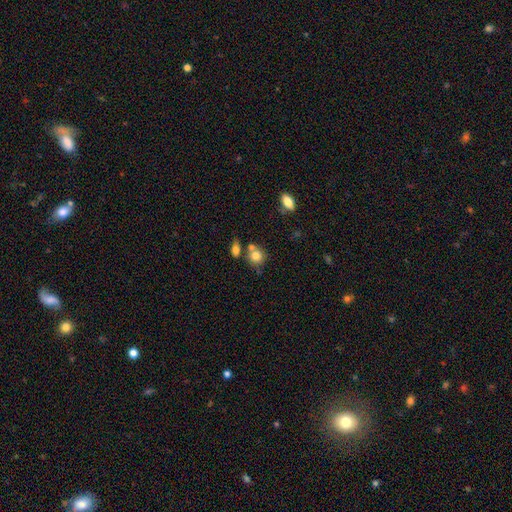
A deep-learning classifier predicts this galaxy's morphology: This is likely a smooth galaxy (78%). How rounded: clearly round (80%). Merging: possibly none (54%).